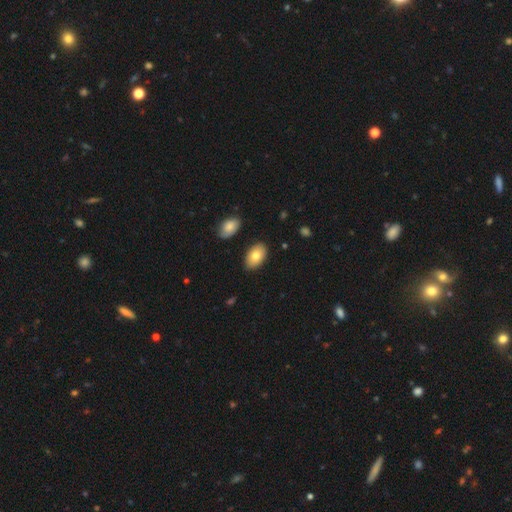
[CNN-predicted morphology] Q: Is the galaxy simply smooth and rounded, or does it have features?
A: smooth — 79%.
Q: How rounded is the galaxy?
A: in between — 93%.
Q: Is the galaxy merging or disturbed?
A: none — 85%.